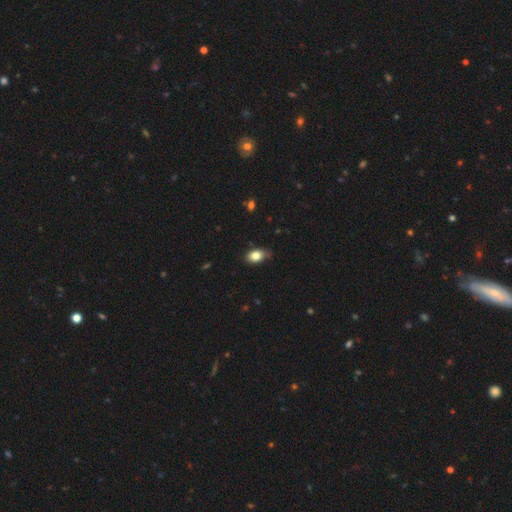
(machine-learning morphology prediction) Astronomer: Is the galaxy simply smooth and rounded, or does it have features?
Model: smooth — 82%.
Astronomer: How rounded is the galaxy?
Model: in between — 86%.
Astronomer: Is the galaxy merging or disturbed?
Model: none — 72%.